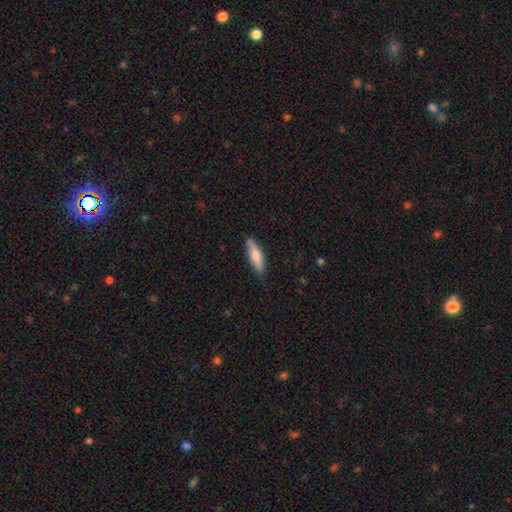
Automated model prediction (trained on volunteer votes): smooth 74%, featured or disk 20%, star or artifact 6%. Down the decision tree: how rounded — cigar-shaped (51%); merging — none (75%).